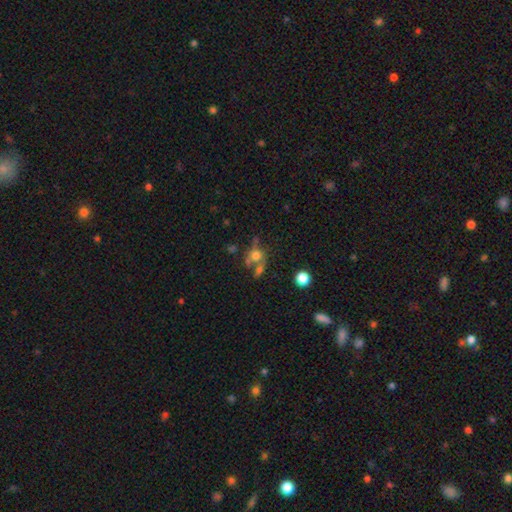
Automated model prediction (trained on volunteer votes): Morphology: type=smooth (57%); roundness=round (69%); merging=none (39%).